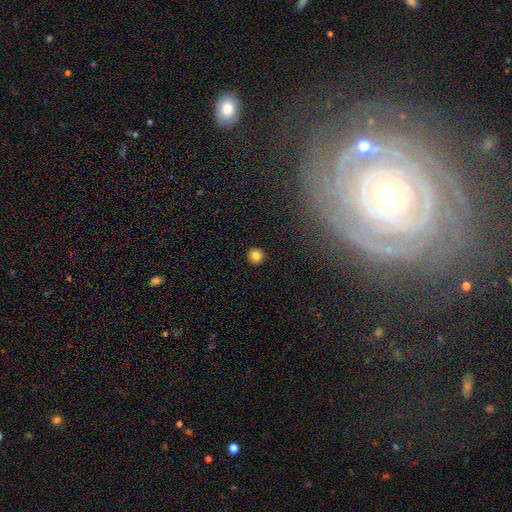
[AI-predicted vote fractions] Smooth or featured?
  - smooth: 83% *
  - star or artifact: 11%
  - featured or disk: 6%
How rounded?
  - round: 95% *
  - in between: 4%
  - cigar-shaped: 1%
Merging?
  - none: 93% *
  - minor disturbance: 5%
  - major disturbance: 2%
  - merger: 1%